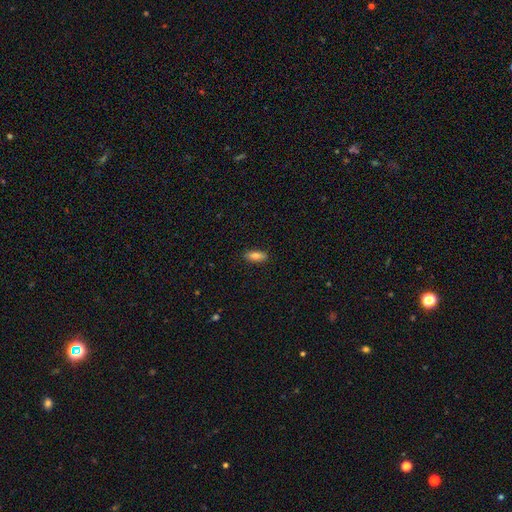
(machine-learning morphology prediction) Q: Smooth or featured?
A: smooth (79%); runner-up: featured or disk (14%)
Q: How rounded?
A: in between (75%); runner-up: cigar-shaped (23%)
Q: Merging?
A: none (88%); runner-up: minor disturbance (9%)